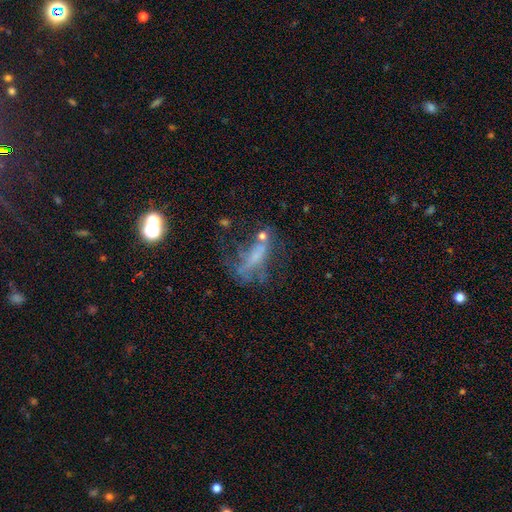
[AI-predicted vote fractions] Smooth or featured: featured or disk — 45% (smooth — 34%)
Merging: major disturbance — 36% (none — 31%)